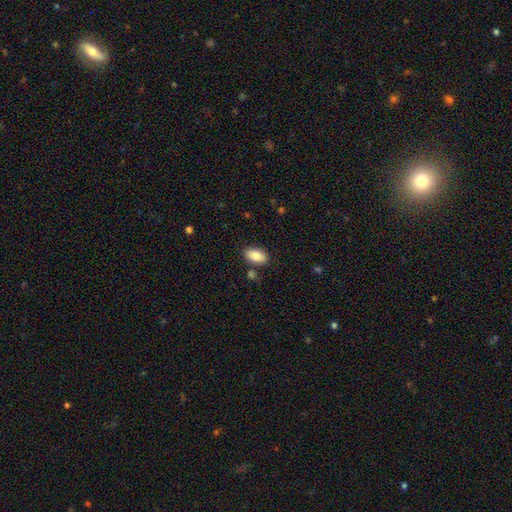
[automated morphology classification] smooth 85%, featured or disk 8%, star or artifact 7%. Down the decision tree: how rounded — in between (93%); merging — none (82%).